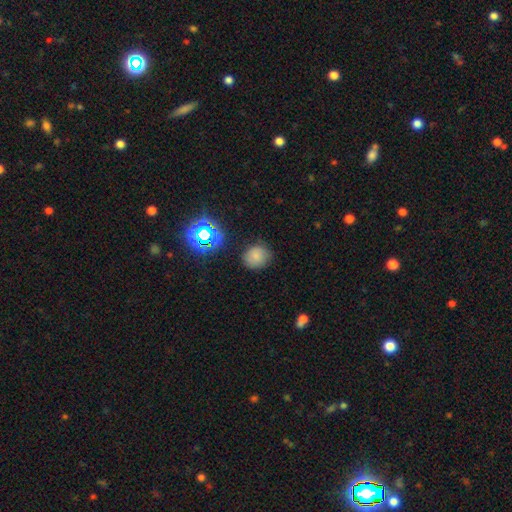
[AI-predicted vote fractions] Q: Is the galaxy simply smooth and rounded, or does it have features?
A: smooth — 75%.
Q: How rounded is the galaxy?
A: round — 79%.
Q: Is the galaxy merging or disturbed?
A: none — 82%.